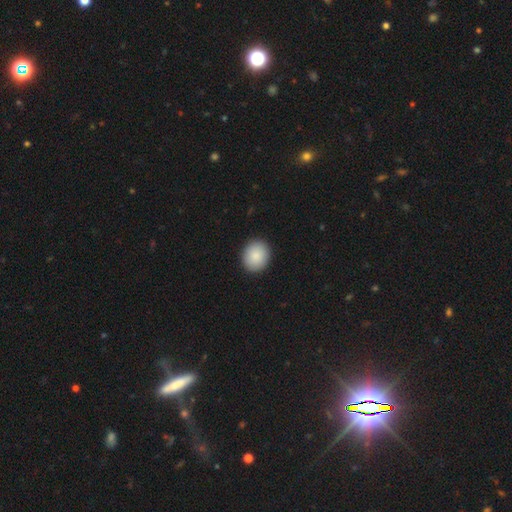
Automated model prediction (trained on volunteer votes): Smooth or featured? Predicted: smooth (p=0.89). How rounded? Predicted: round (p=0.72). Merging? Predicted: none (p=0.91).